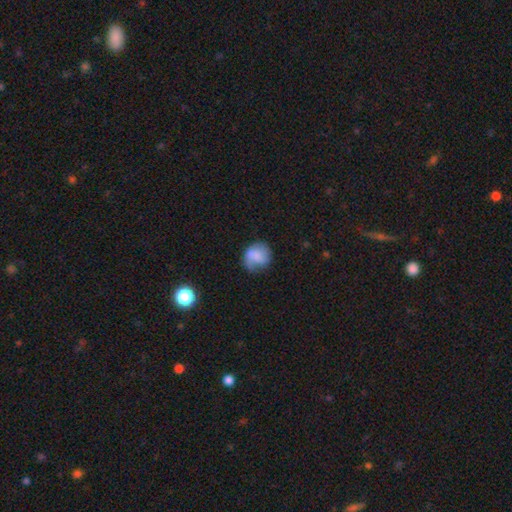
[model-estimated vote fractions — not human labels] smooth-or-featured: smooth: 69% | featured or disk: 22% | star or artifact: 9%
  how-rounded: round: 73% | in between: 26% | cigar-shaped: 1%
  merging: none: 52% | minor disturbance: 30% | major disturbance: 15% | merger: 3%